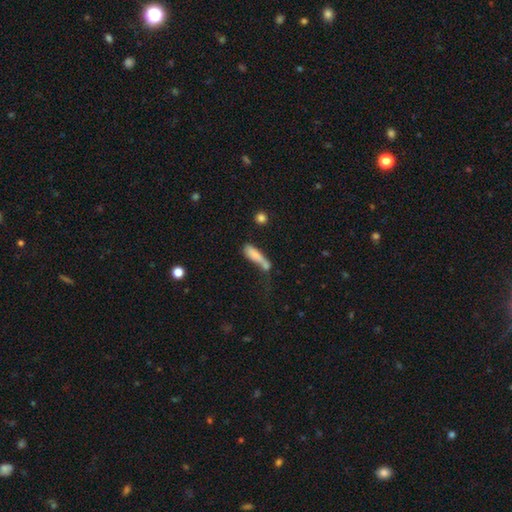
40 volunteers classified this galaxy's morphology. Smooth or featured: smooth — 75% (featured or disk — 15%)
How rounded: cigar-shaped — 73% (in between — 27%)
Merging: none — 42% (merger — 31%)